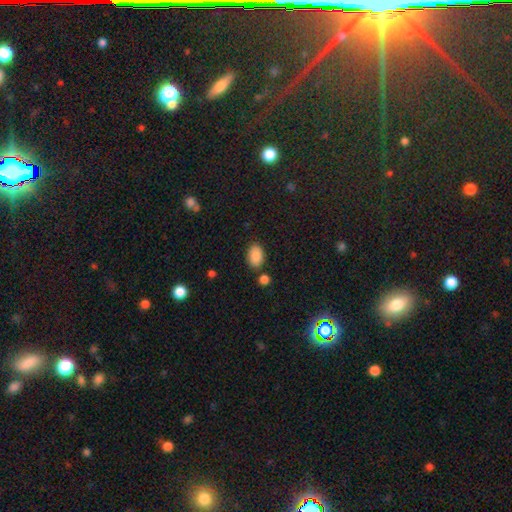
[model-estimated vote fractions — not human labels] smooth-or-featured: smooth: 89% | star or artifact: 8% | featured or disk: 3%
  how-rounded: in between: 89% | round: 9% | cigar-shaped: 1%
  merging: none: 81% | minor disturbance: 11% | merger: 5% | major disturbance: 3%